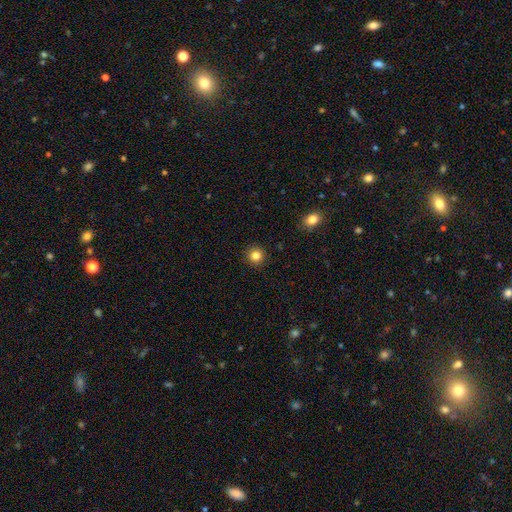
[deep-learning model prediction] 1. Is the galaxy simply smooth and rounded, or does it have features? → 82% smooth, 13% star or artifact, 5% featured or disk.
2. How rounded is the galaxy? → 94% round, 5% in between, 1% cigar-shaped.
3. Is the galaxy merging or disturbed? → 92% none, 5% minor disturbance, 2% major disturbance, 1% merger.